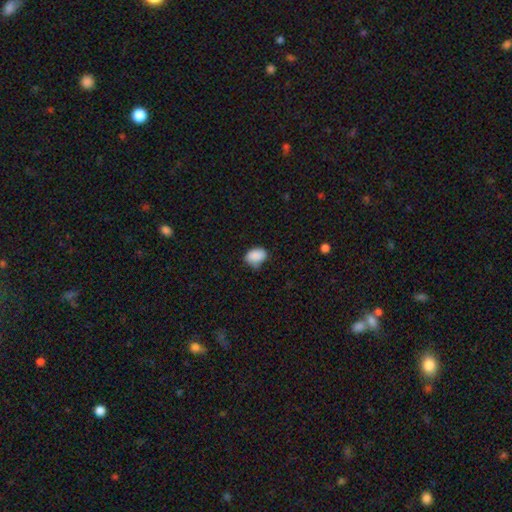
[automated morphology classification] Overall: smooth (88%). How rounded: in between (77%). Merging: none (64%; minor disturbance 28%).